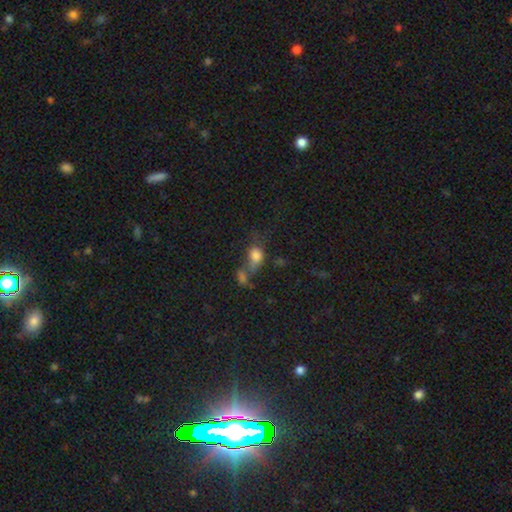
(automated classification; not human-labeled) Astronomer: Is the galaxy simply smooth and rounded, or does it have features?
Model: smooth — 72%.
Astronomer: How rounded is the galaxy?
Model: in between — 62%.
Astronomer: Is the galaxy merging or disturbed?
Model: merger — 46% (runner-up: none, 24%).